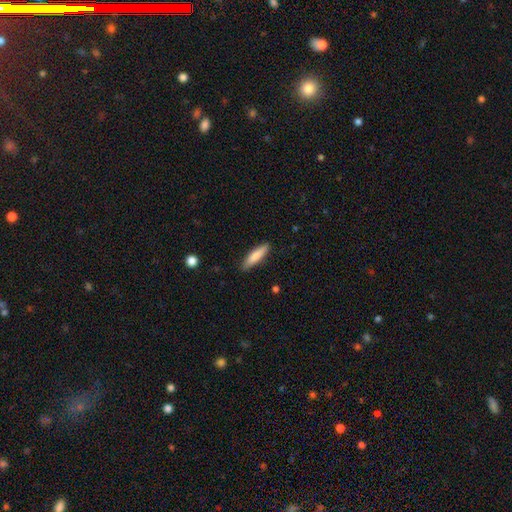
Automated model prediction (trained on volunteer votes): smooth 80%, featured or disk 14%, star or artifact 6%. Down the decision tree: how rounded — cigar-shaped (75%); merging — none (86%).